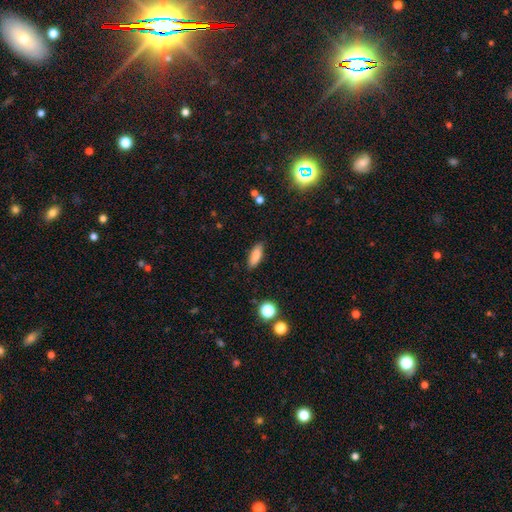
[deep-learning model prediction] Overall: smooth (84%). How rounded: in between (71%). Merging: none (85%).